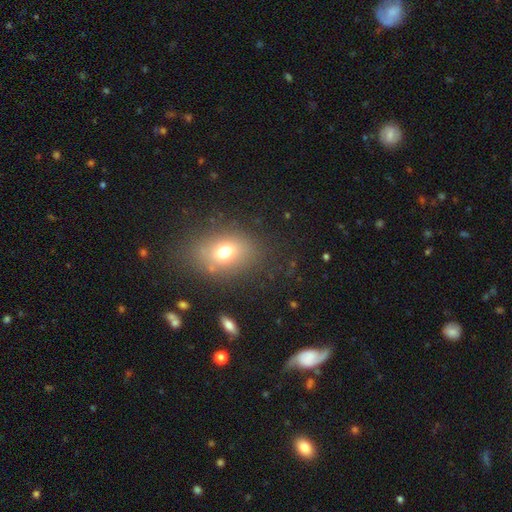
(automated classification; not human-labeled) Morphology: type=smooth (65%); roundness=in between (70%); merging=none (82%).